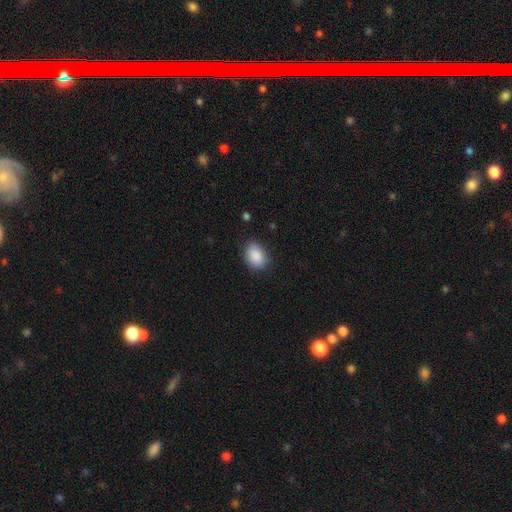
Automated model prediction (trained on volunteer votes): Smooth or featured? smooth (89%)
How rounded? in between (76%)
Merging? none (83%)